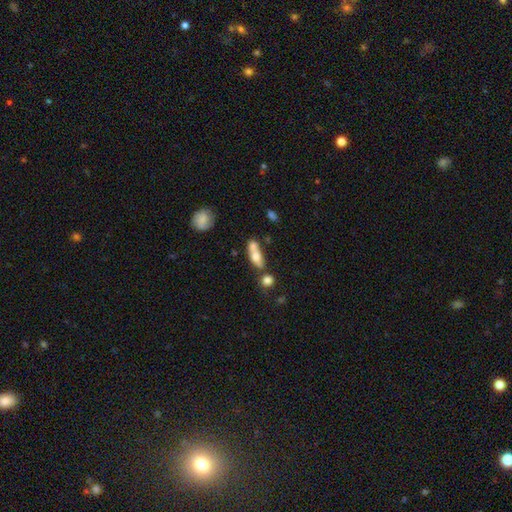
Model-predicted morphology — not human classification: smooth-or-featured: smooth: 61% | featured or disk: 31% | star or artifact: 8%
  how-rounded: in between: 59% | cigar-shaped: 34% | round: 7%
  merging: none: 39% (tied) | merger: 39% (tied) | minor disturbance: 15% | major disturbance: 7%